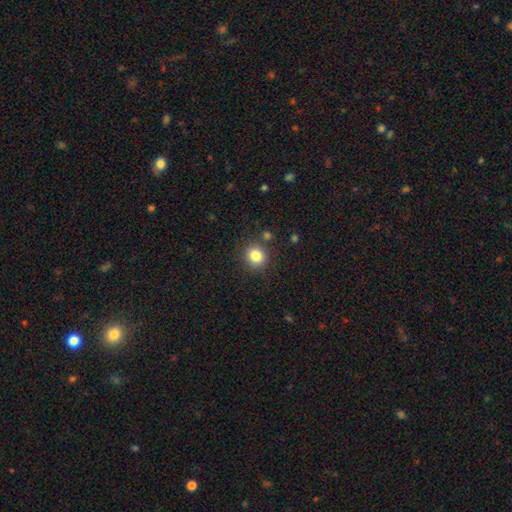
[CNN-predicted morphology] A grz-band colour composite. It shows a smooth galaxy with no disk features (82%) that is round (84%). Merging: none (85%).